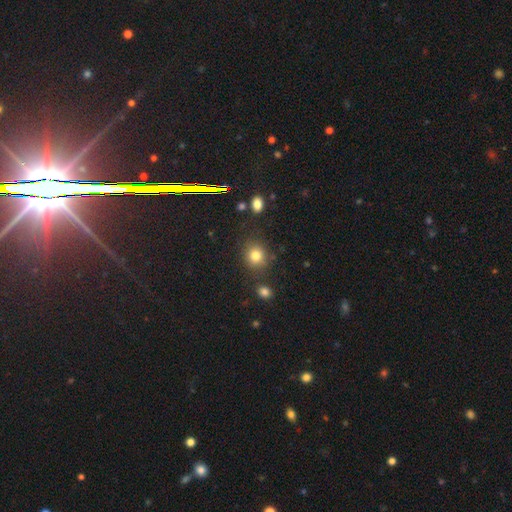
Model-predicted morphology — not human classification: Smooth or featured? Predicted: smooth (p=0.81). How rounded? Predicted: round (p=0.79). Merging? Predicted: none (p=0.81).